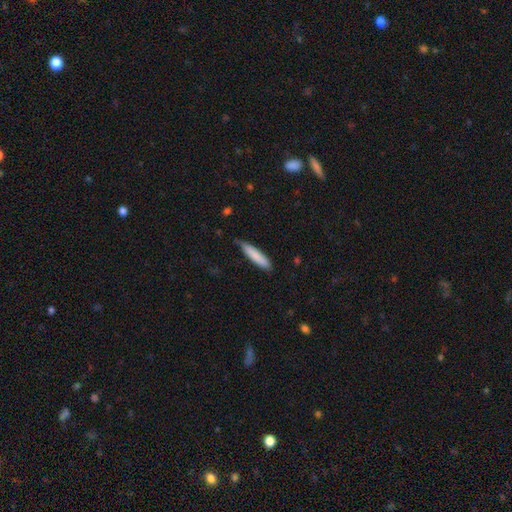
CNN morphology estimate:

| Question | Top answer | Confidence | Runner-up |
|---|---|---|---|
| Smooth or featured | smooth | 82% | featured or disk (12%) |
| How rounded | cigar-shaped | 83% | in between (16%) |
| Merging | none | 72% | minor disturbance (24%) |